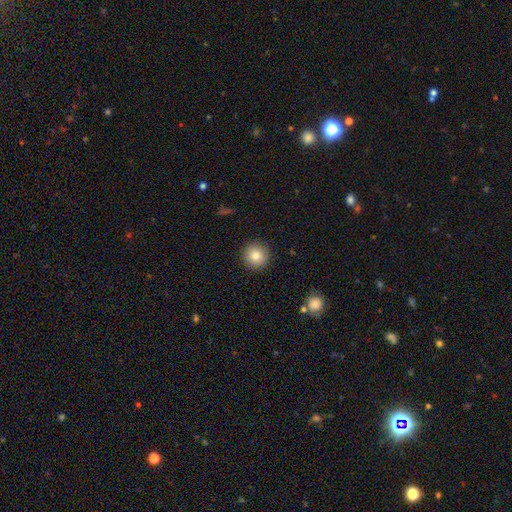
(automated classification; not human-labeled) A smooth galaxy with no disk features (83%) that is round (95%). Merging: none (92%).